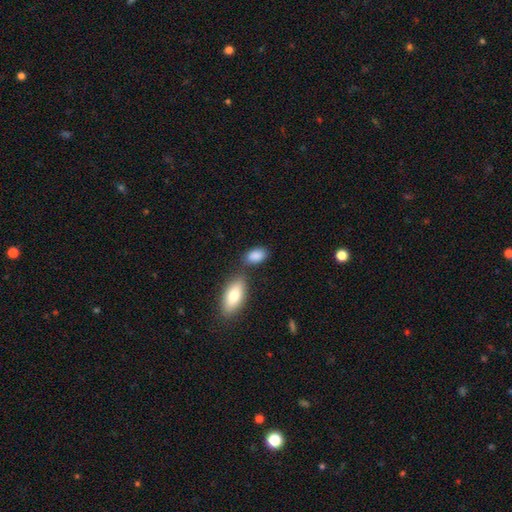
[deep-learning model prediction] A smooth galaxy with no disk features (87%) that is in between round and cigar-shaped (90%).

Vote fractions:
- Smooth or featured? smooth: 87% / star or artifact: 7% / featured or disk: 6%
- How rounded? in between: 90% / round: 7% / cigar-shaped: 4%
- Merging? none: 62% / merger: 19% / minor disturbance: 15% / major disturbance: 4%